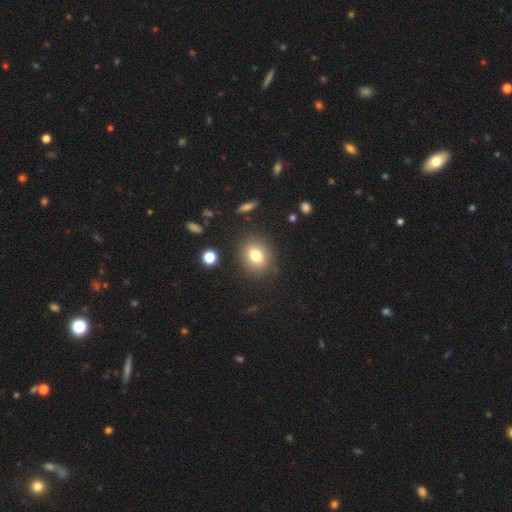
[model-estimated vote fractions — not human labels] The model was most divided on "how rounded": round: 64%, in between: 34%, cigar-shaped: 1%. More confident: merging — none (86%); smooth or featured — smooth (78%).